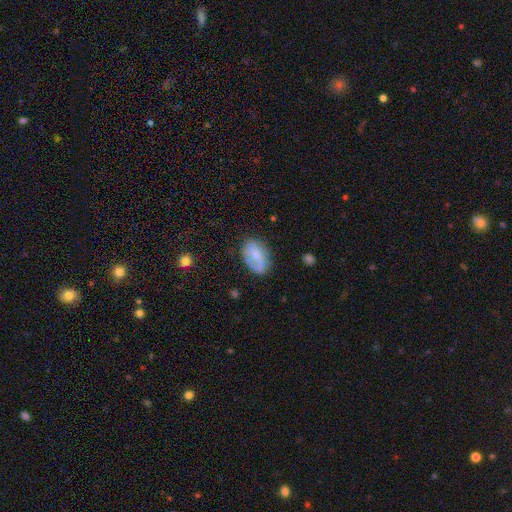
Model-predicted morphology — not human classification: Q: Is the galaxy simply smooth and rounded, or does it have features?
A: smooth — 56%.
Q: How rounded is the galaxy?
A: in between — 89%.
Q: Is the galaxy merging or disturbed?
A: none — 63%.